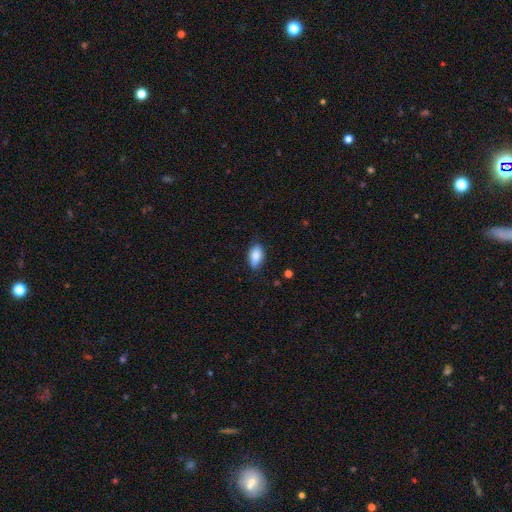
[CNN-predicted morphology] type=smooth (83%); roundness=in between (89%); merging=none (74%).